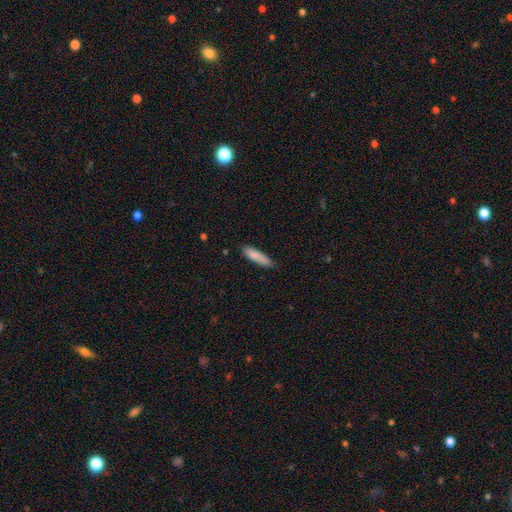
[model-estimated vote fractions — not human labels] Smooth or featured? Predicted: smooth (p=0.86). How rounded? Predicted: cigar-shaped (p=0.69). Merging? Predicted: none (p=0.81).